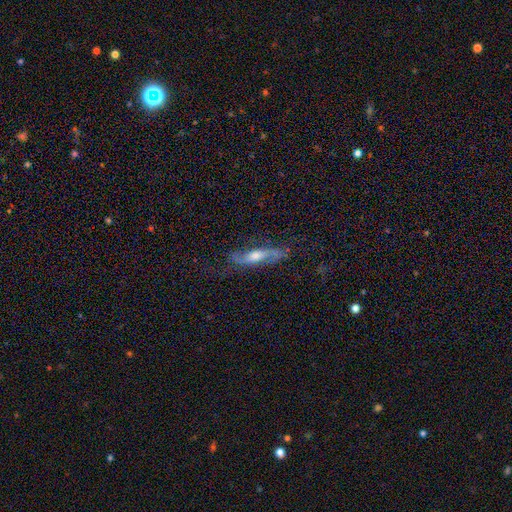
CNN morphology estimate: This is likely a featured or disk galaxy (68%). It is possibly not viewed edge-on (55%). Merging: likely none (66%).